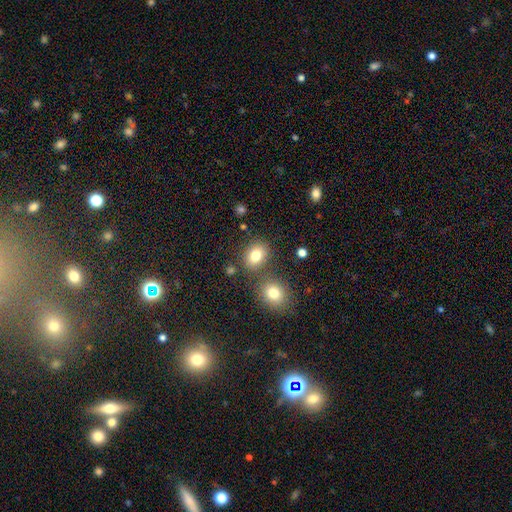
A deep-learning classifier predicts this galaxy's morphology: Q: Smooth or featured?
A: smooth (80%); runner-up: star or artifact (12%)
Q: How rounded?
A: in between (50%); runner-up: round (49%)
Q: Merging?
A: none (71%); runner-up: merger (15%)